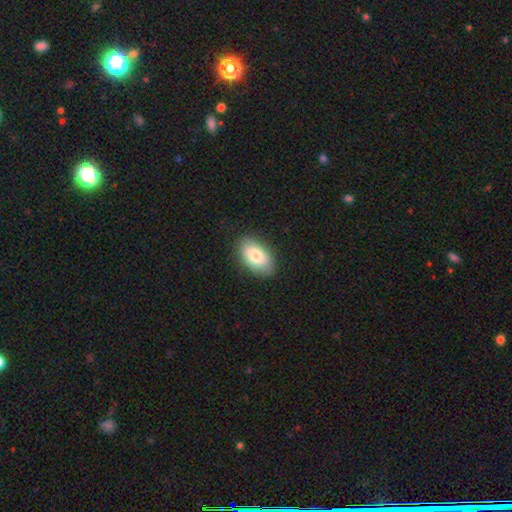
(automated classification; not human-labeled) Smooth or featured? smooth (78%)
How rounded? in between (92%)
Merging? none (86%)